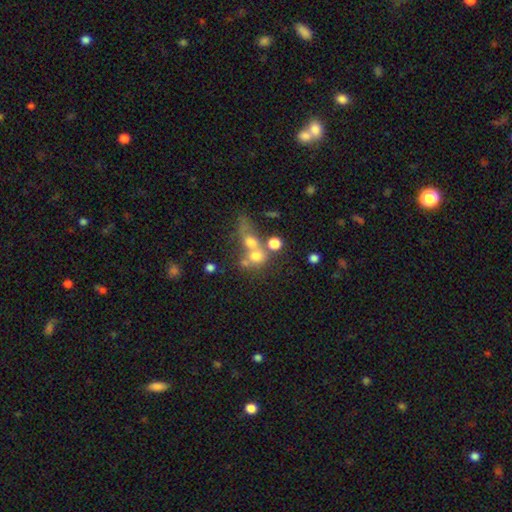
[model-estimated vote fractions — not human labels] A smooth galaxy with no disk features (61%) that is round (70%).

Vote fractions:
- Smooth or featured? smooth: 61% / featured or disk: 21% / star or artifact: 17%
- How rounded? round: 70% / in between: 27% / cigar-shaped: 2%
- Merging? merger: 54% / none: 28% / major disturbance: 10% / minor disturbance: 9%